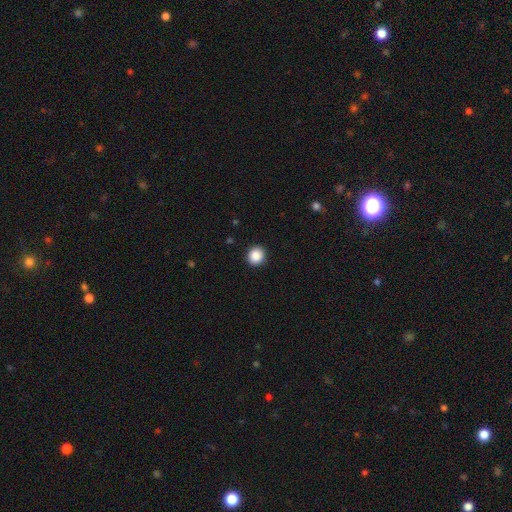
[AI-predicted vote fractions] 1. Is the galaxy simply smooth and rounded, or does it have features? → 88% smooth, 9% star or artifact, 3% featured or disk.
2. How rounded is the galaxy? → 86% round, 14% in between, 1% cigar-shaped.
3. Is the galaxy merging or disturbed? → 92% none, 5% minor disturbance, 2% major disturbance, 1% merger.